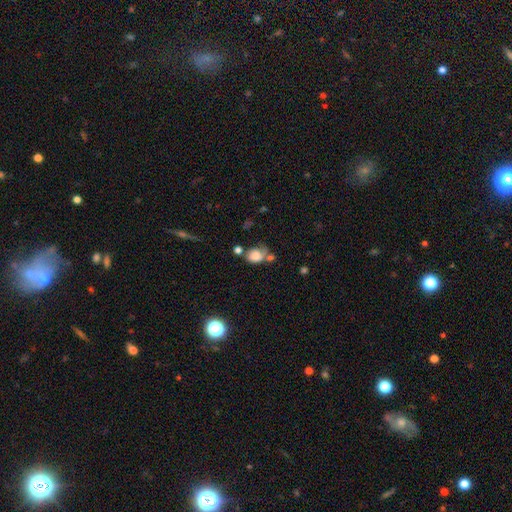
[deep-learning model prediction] Smooth or featured: smooth — 75% (featured or disk — 14%)
How rounded: in between — 54% (round — 44%)
Merging: none — 34% (merger — 30%)